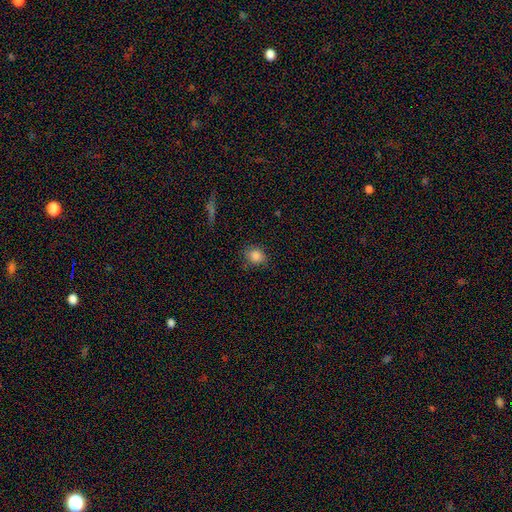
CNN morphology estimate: type=smooth (85%); roundness=round (57%); merging=none (81%).